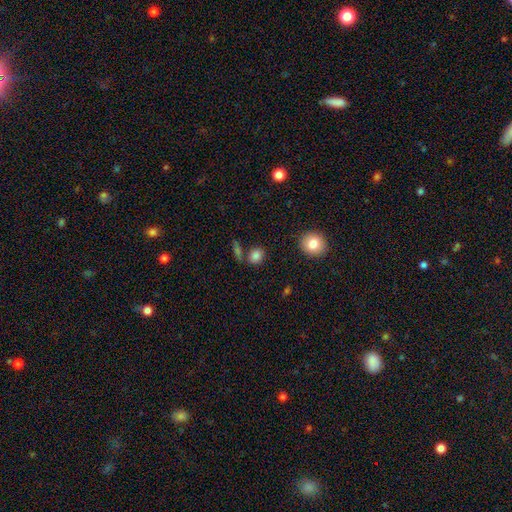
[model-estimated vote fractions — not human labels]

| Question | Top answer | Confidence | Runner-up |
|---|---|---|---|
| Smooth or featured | smooth | 83% | star or artifact (11%) |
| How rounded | round | 57% | in between (42%) |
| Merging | none | 73% | merger (12%) |